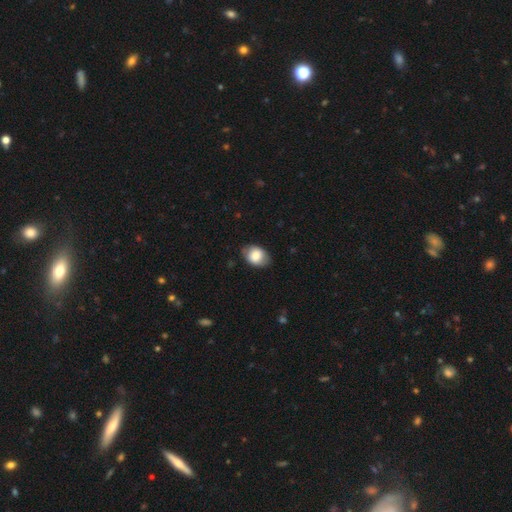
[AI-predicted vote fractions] This appears to be a smooth galaxy with no disk features (78%) that is in between round and cigar-shaped (75%). Merging: none (80%).